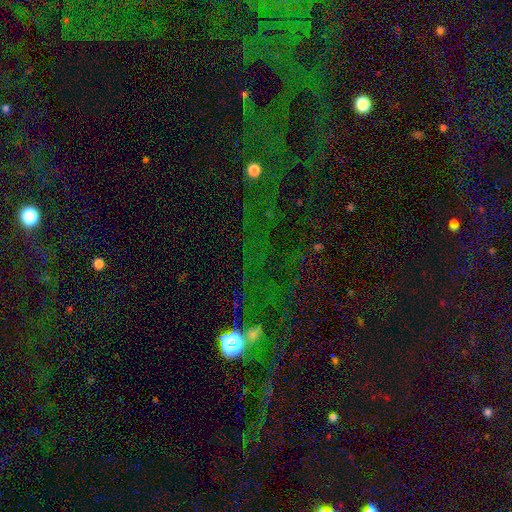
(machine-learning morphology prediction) This appears to be a star or artifact, not a galaxy (74%).